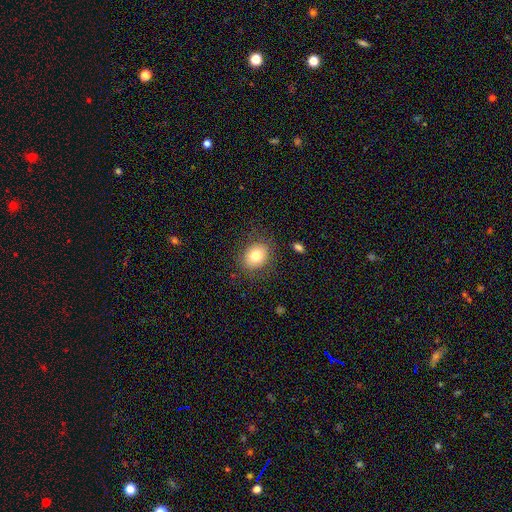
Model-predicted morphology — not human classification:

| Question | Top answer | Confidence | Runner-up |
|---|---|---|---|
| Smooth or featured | smooth | 78% | featured or disk (12%) |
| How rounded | round | 53% | in between (46%) |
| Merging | none | 83% | minor disturbance (12%) |